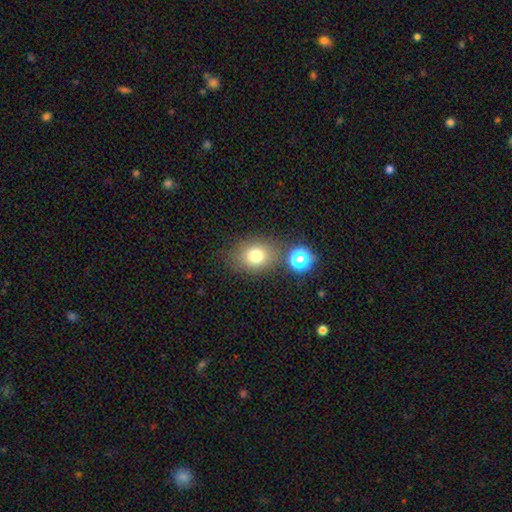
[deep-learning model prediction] Overall: smooth (77%). How rounded: round (50%; in between 49%). Merging: none (70%).